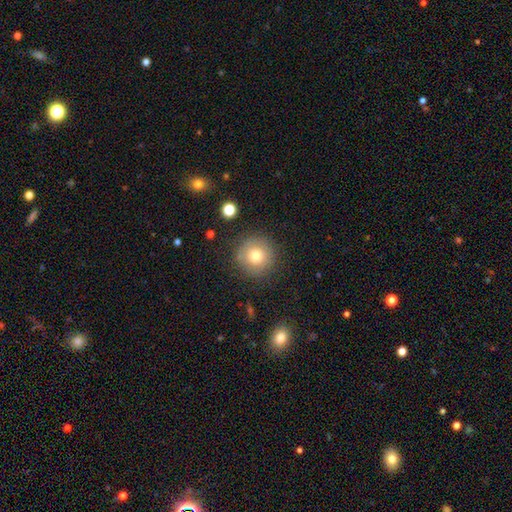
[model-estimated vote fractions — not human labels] smooth-or-featured: smooth: 76% | featured or disk: 14% | star or artifact: 10%
  how-rounded: round: 95% | in between: 4% | cigar-shaped: 1%
  merging: none: 85% | minor disturbance: 10% | major disturbance: 3% | merger: 2%